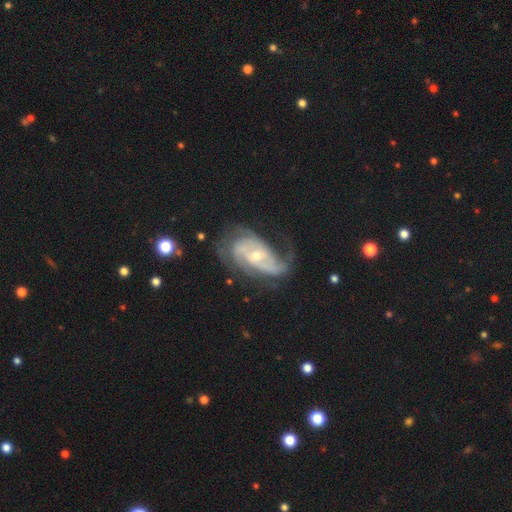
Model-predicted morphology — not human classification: A featured or disk galaxy (86%) with no bar (49%), 2 (38%) tight (45%) spiral arms (94%) and a small central bulge (54%).

Vote fractions:
- Smooth or featured? featured or disk: 86% / smooth: 8% / star or artifact: 6%
- Edge-on disk? no: 95% / yes: 5%
- Bar? no: 49% / weak: 36% / strong: 15%
- Spiral arms? yes: 94% / no: 6%
- Spiral winding? tight: 45% / medium: 39% / loose: 16%
- Spiral arm count? 2: 38% / can't tell: 26% / 3: 20% / 4: 6% / 1: 6% / more than 4: 4%
- Bulge size? small: 54% / moderate: 42% / large: 2% / none: 1% / dominant: 1%
- Merging? none: 53% / minor disturbance: 24% / major disturbance: 21% / merger: 2%